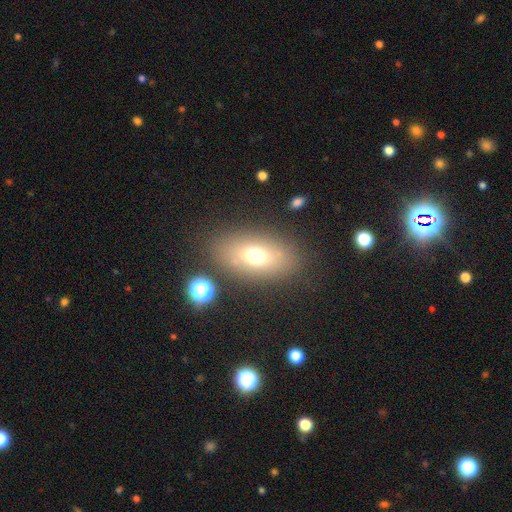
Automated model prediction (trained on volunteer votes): The model was most divided on "smooth or featured": smooth: 68%, featured or disk: 19%, star or artifact: 13%. More confident: how rounded — in between (84%); merging — none (79%).